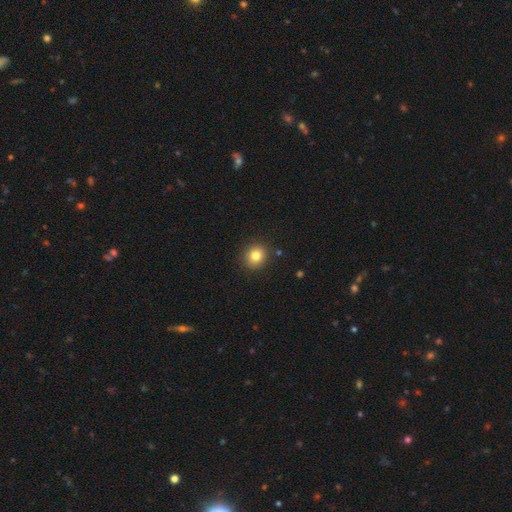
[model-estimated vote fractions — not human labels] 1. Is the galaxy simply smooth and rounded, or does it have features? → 81% smooth, 11% star or artifact, 8% featured or disk.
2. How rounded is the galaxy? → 84% round, 15% in between, 1% cigar-shaped.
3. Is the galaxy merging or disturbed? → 89% none, 7% minor disturbance, 2% major disturbance, 2% merger.